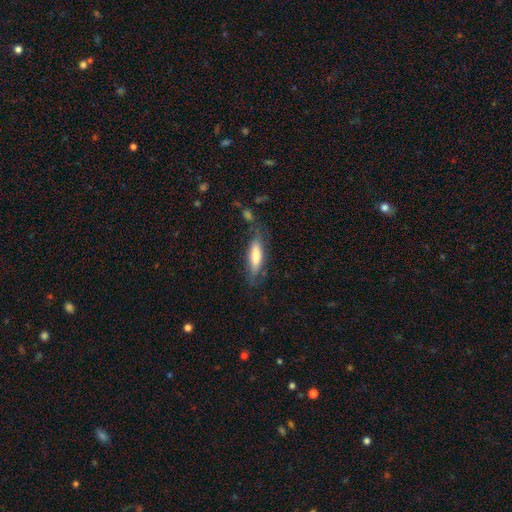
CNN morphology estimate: smooth_or_featured: smooth (p=0.65) [alt: featured or disk p=0.28]
how_rounded: cigar-shaped (p=0.58) [alt: in between p=0.40]
merging: none (p=0.63) [alt: minor disturbance p=0.23]